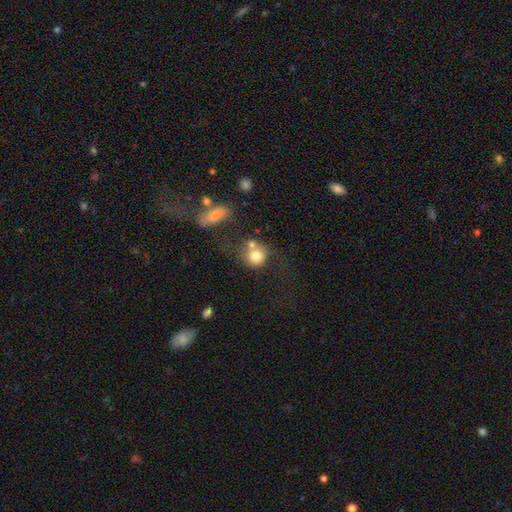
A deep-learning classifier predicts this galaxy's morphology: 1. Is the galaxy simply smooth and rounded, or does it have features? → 78% smooth, 13% featured or disk, 10% star or artifact.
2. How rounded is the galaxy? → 82% round, 17% in between, 1% cigar-shaped.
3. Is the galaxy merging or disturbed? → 42% none, 34% merger, 14% minor disturbance, 9% major disturbance.